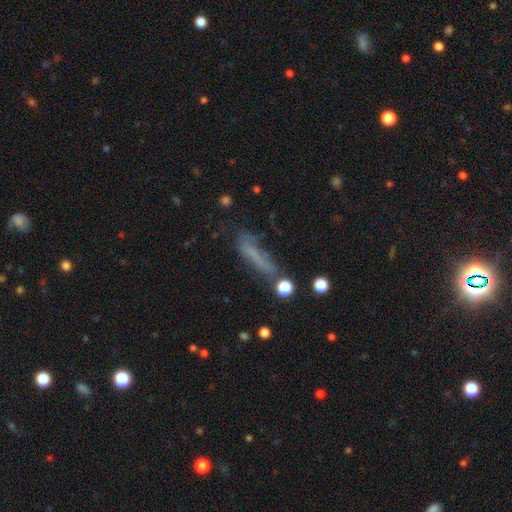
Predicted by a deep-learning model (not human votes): Smooth or featured? smooth (54%)
How rounded? cigar-shaped (72%)
Merging? none (46%)